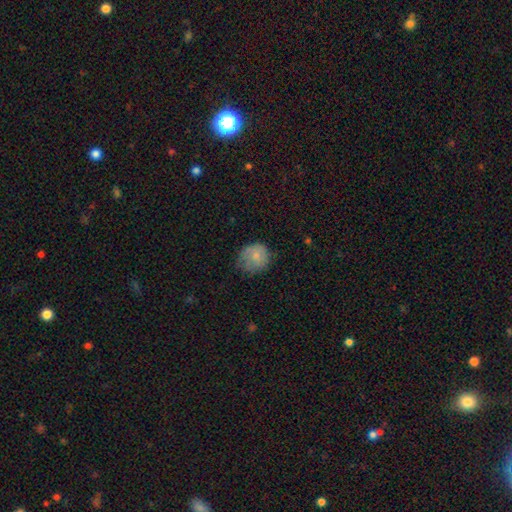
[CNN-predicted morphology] Smooth or featured: smooth — 72% (featured or disk — 19%)
How rounded: round — 81% (in between — 18%)
Merging: none — 53% (minor disturbance — 32%)